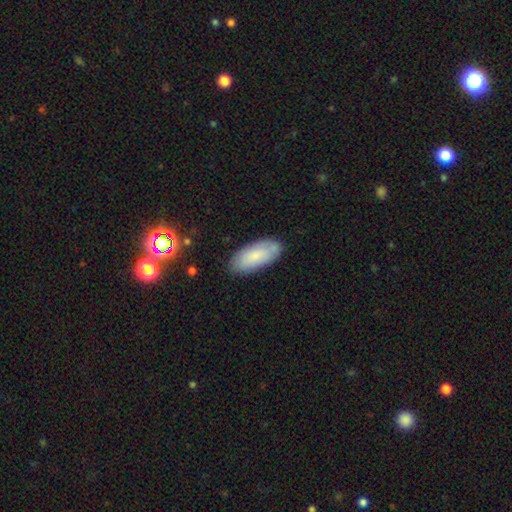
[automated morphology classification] smooth 72%, featured or disk 20%, star or artifact 8%. Down the decision tree: how rounded — in between (87%); merging — none (80%).